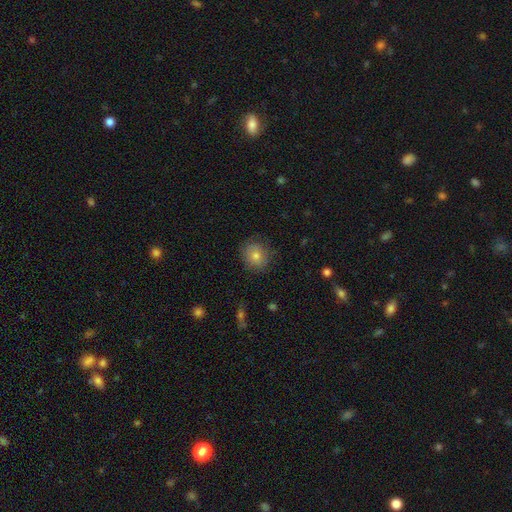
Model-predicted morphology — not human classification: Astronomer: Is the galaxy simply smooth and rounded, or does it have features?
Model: smooth — 75%.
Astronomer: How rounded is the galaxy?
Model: round — 84%.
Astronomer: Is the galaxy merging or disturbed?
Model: none — 83%.